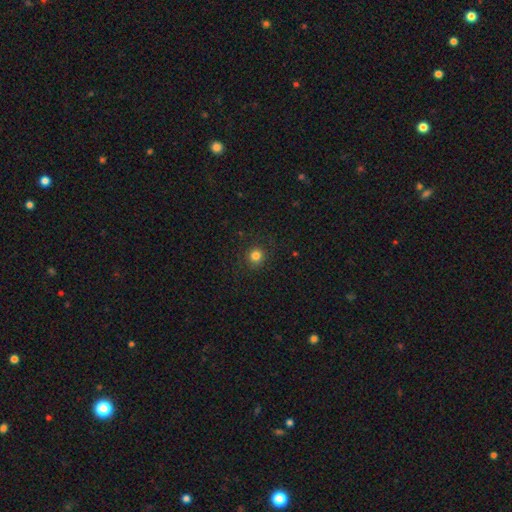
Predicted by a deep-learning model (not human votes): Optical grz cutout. It shows a smooth galaxy with no disk features (82%) that is round (91%). Merging: none (89%).